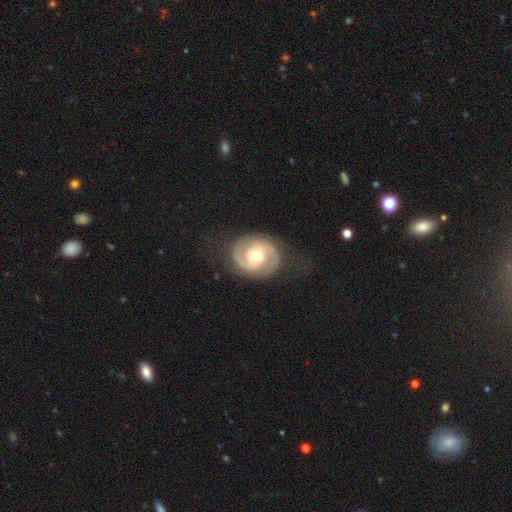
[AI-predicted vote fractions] Morphology: type=featured or disk (81%); edge-on=no (98%); bar=no (47%); spiral arms=yes (92%); winding=medium (46%); arm count=2 (90%); bulge=moderate (66%); merging=none (80%).